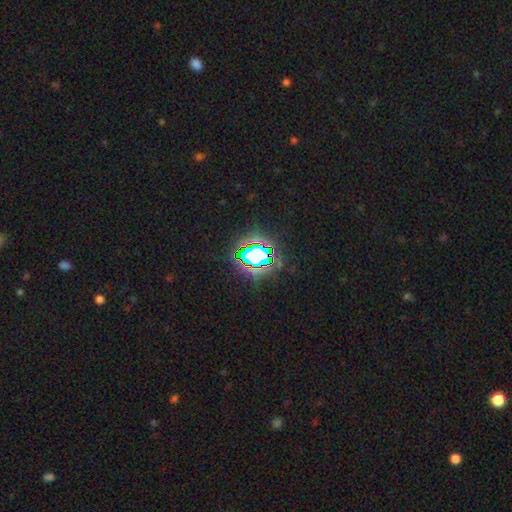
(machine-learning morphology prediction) A star or artifact, not a galaxy (67%).

Vote fractions:
- Smooth or featured? star or artifact: 67% / smooth: 21% / featured or disk: 12%